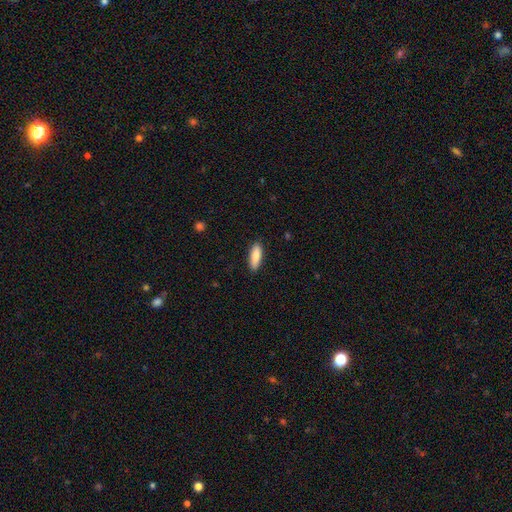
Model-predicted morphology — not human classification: Smooth or featured?
  - smooth: 86% *
  - featured or disk: 9%
  - star or artifact: 6%
How rounded?
  - in between: 59% *
  - cigar-shaped: 39%
  - round: 2%
Merging?
  - none: 88% *
  - minor disturbance: 9%
  - major disturbance: 2%
  - merger: 1%